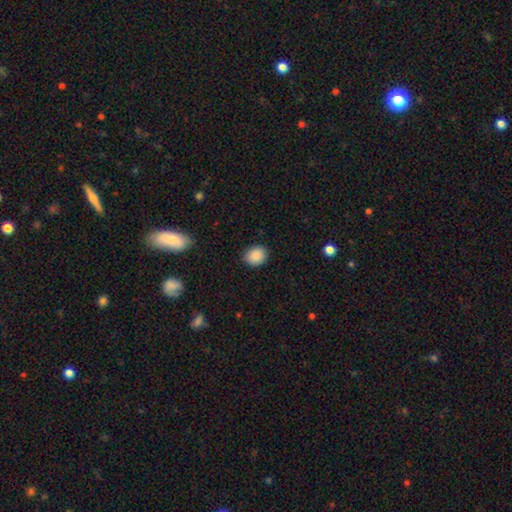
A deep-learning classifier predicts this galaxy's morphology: smooth-or-featured: smooth: 89% | star or artifact: 8% | featured or disk: 3%
  how-rounded: round: 60% | in between: 39% | cigar-shaped: 1%
  merging: none: 88% | minor disturbance: 9% | major disturbance: 2% | merger: 1%